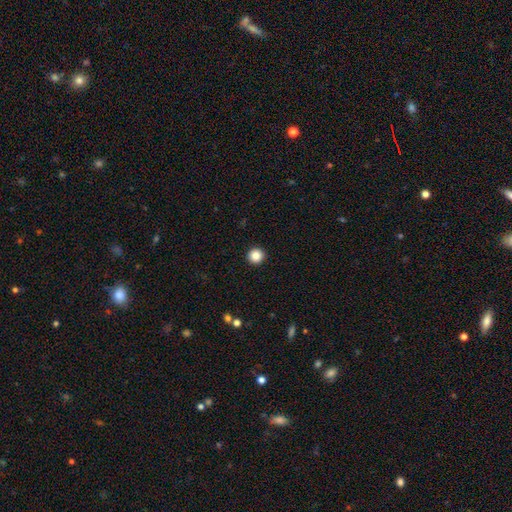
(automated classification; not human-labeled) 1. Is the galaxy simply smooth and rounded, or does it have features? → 85% smooth, 10% star or artifact, 5% featured or disk.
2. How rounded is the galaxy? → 96% round, 3% in between, 1% cigar-shaped.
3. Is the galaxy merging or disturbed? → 94% none, 4% minor disturbance, 1% major disturbance, 1% merger.